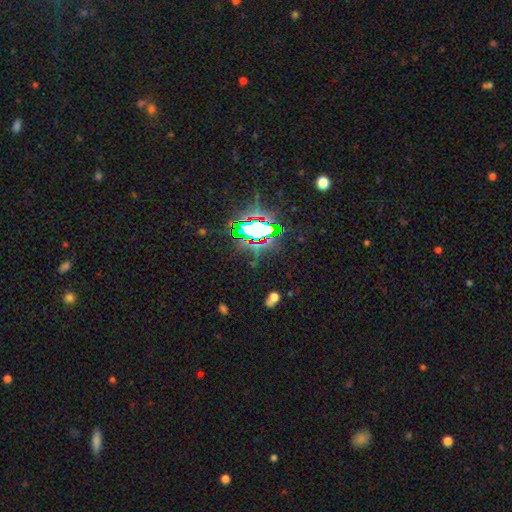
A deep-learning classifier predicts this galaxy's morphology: smooth_or_featured: star or artifact (p=0.78) [alt: smooth p=0.14]